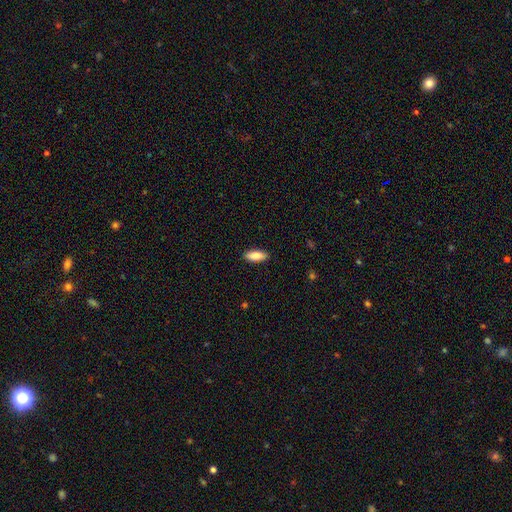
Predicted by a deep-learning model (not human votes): This appears to be a smooth galaxy with no disk features (87%) that is in between round and cigar-shaped (77%). Merging: none (89%).